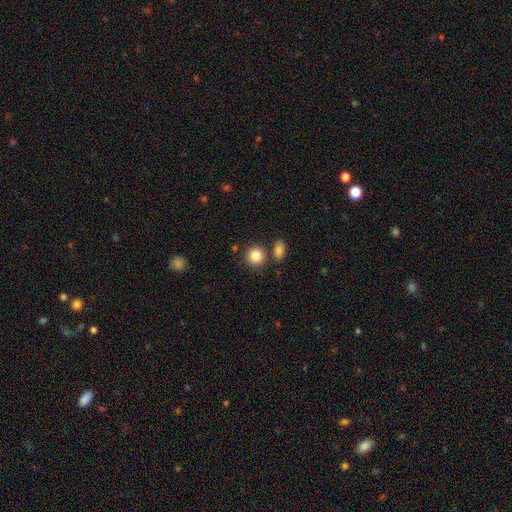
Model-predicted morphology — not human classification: Q: Smooth or featured?
A: smooth (86%); runner-up: star or artifact (9%)
Q: How rounded?
A: round (85%); runner-up: in between (14%)
Q: Merging?
A: none (75%); runner-up: merger (12%)